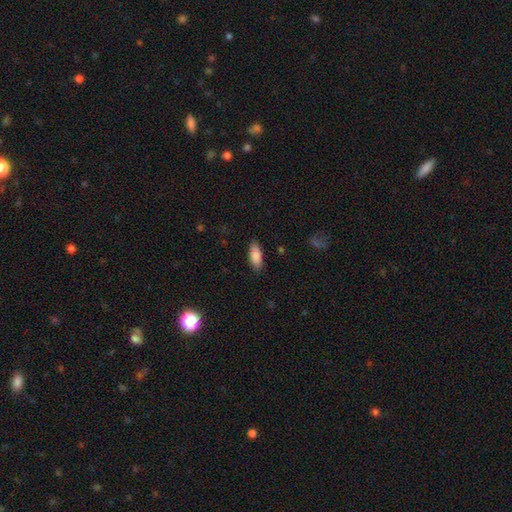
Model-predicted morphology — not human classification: The model was most divided on "how rounded": in between: 80%, cigar-shaped: 18%, round: 2%. More confident: smooth or featured — smooth (87%); merging — none (85%).